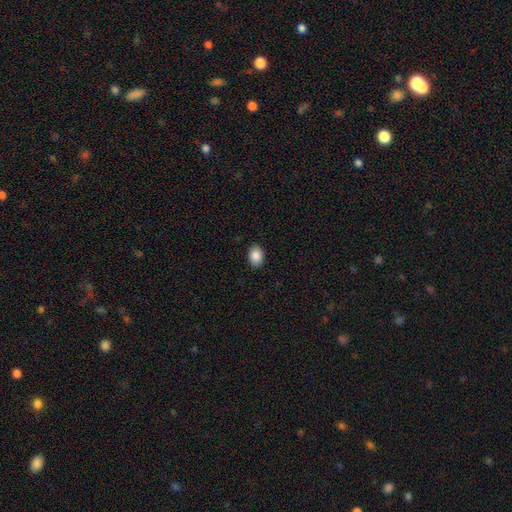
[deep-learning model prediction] A smooth galaxy with no disk features (88%) that is in between round and cigar-shaped (74%).

Vote fractions:
- Smooth or featured? smooth: 88% / star or artifact: 8% / featured or disk: 4%
- How rounded? in between: 74% / round: 25% / cigar-shaped: 1%
- Merging? none: 89% / minor disturbance: 8% / major disturbance: 2% / merger: 1%